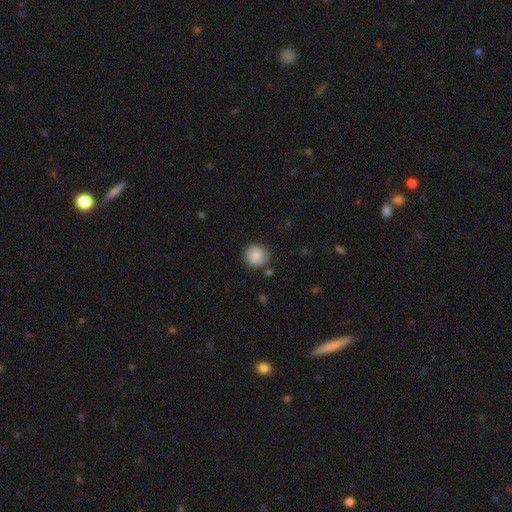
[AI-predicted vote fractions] Smooth or featured? Predicted: smooth (p=0.73). How rounded? Predicted: round (p=0.87). Merging? Predicted: none (p=0.75).